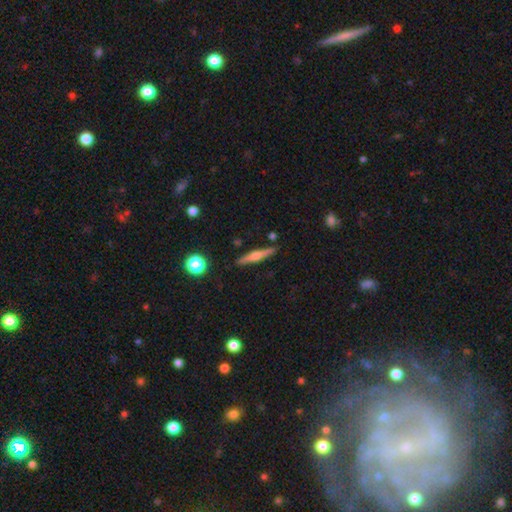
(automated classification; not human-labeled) Q: Smooth or featured?
A: featured or disk (61%); runner-up: smooth (32%)
Q: Edge-on disk?
A: yes (97%); runner-up: no (3%)
Q: Edge-on bulge?
A: rounded (81%); runner-up: boxy (12%)
Q: Merging?
A: none (89%); runner-up: minor disturbance (7%)